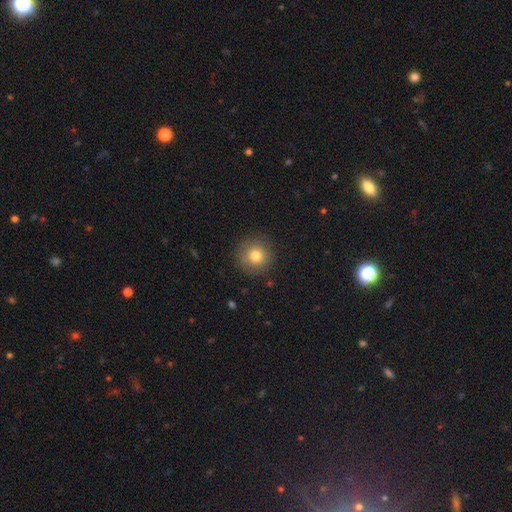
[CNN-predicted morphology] This is likely a smooth galaxy (78%). How rounded: clearly round (95%). Merging: clearly none (88%).